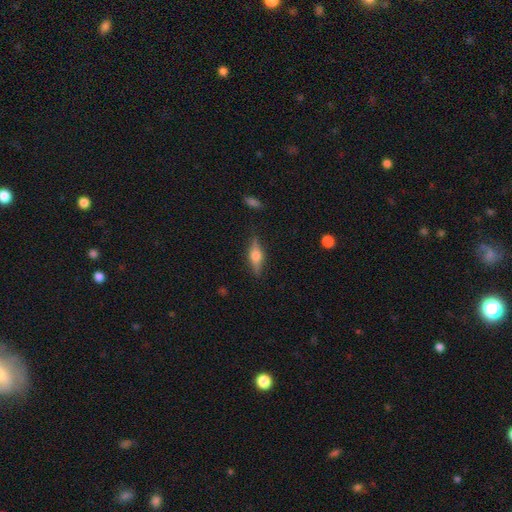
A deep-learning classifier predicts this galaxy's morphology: smooth_or_featured: featured or disk (p=0.61) [alt: smooth p=0.31]
disk_edge_on: yes (p=0.95) [alt: no p=0.05]
edge_on_bulge: rounded (p=0.93) [alt: boxy p=0.06]
merging: none (p=0.86) [alt: minor disturbance p=0.10]